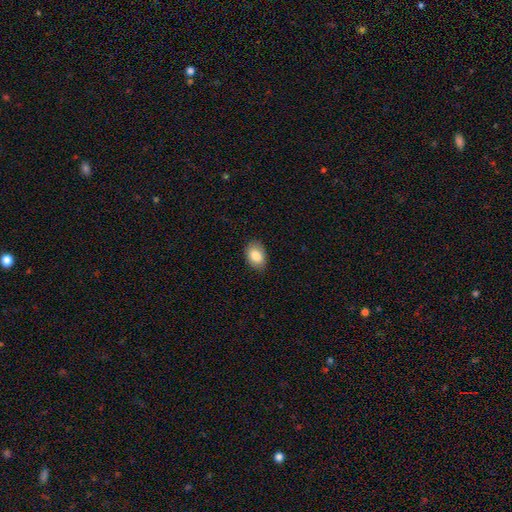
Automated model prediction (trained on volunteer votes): A smooth galaxy with no disk features (86%) that is in between round and cigar-shaped (85%).

Vote fractions:
- Smooth or featured? smooth: 86% / featured or disk: 8% / star or artifact: 7%
- How rounded? in between: 85% / round: 14% / cigar-shaped: 1%
- Merging? none: 85% / minor disturbance: 12% / major disturbance: 2% / merger: 1%